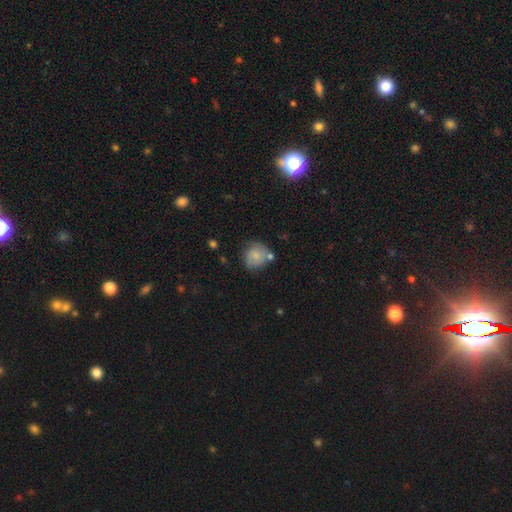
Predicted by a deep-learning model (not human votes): Morphology: type=smooth (66%); roundness=round (82%); merging=none (57%).